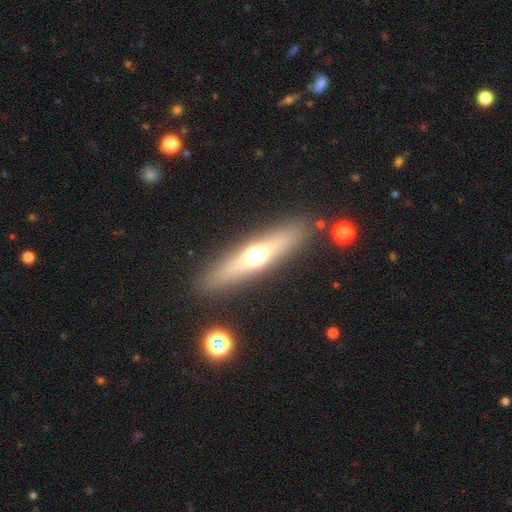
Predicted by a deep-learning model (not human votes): A featured or disk galaxy (48%).

Vote fractions:
- Smooth or featured? featured or disk: 48% / smooth: 44% / star or artifact: 8%
- Merging? none: 88% / minor disturbance: 7% / major disturbance: 3% / merger: 2%